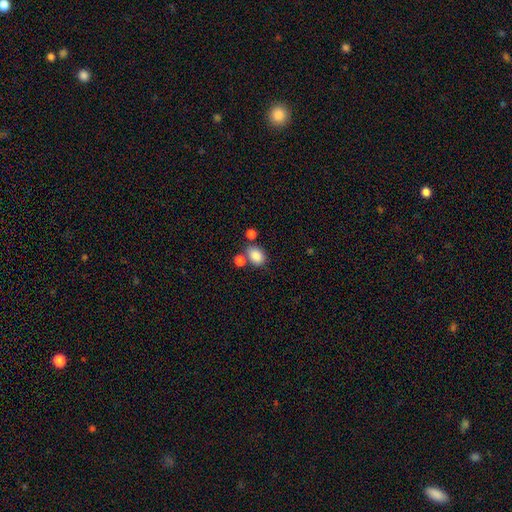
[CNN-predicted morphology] smooth_or_featured: smooth (p=0.86) [alt: star or artifact p=0.09]
how_rounded: in between (p=0.74) [alt: round p=0.25]
merging: none (p=0.61) [alt: merger p=0.21]